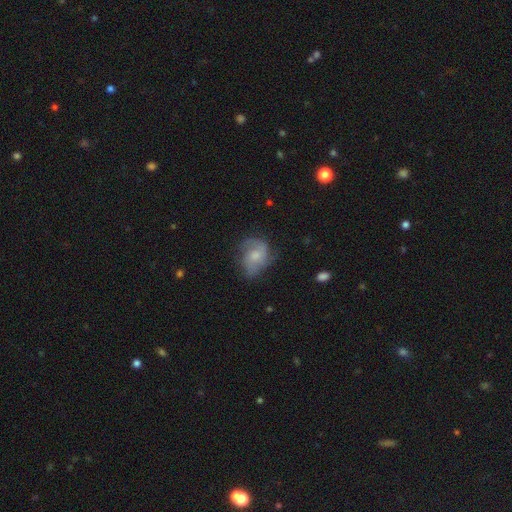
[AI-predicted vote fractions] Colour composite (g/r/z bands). It shows a featured or disk galaxy (50%). Merging: none (53%).